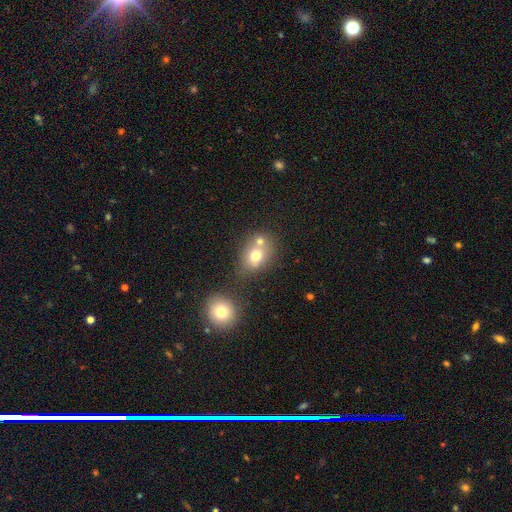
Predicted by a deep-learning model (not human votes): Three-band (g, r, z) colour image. It shows a smooth galaxy with no disk features (71%) that is round (53%). Merging: none (48%).